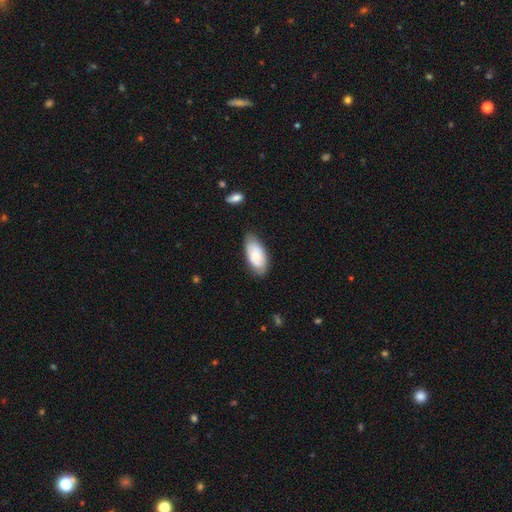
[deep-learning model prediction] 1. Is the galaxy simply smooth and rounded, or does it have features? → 65% smooth, 29% featured or disk, 6% star or artifact.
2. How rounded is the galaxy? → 92% in between, 5% cigar-shaped, 3% round.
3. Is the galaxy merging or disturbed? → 71% none, 23% minor disturbance, 5% major disturbance, 2% merger.